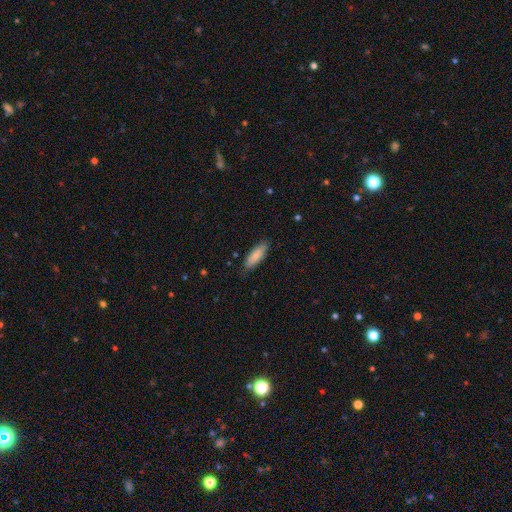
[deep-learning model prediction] smooth_or_featured: smooth (p=0.83) [alt: featured or disk p=0.11]
how_rounded: in between (p=0.56) [alt: cigar-shaped p=0.42]
merging: none (p=0.82) [alt: minor disturbance p=0.15]